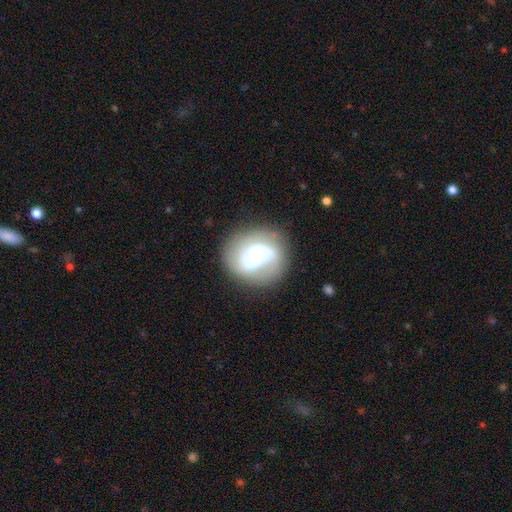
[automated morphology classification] Q: Smooth or featured?
A: featured or disk (69%); runner-up: smooth (24%)
Q: Edge-on disk?
A: no (98%); runner-up: yes (2%)
Q: Bar?
A: no (63%); runner-up: weak (29%)
Q: Spiral arms?
A: yes (81%); runner-up: no (19%)
Q: Spiral winding?
A: tight (45%); runner-up: medium (38%)
Q: Spiral arm count?
A: 2 (58%); runner-up: can't tell (20%)
Q: Bulge size?
A: small (57%); runner-up: moderate (32%)
Q: Merging?
A: none (71%); runner-up: minor disturbance (17%)